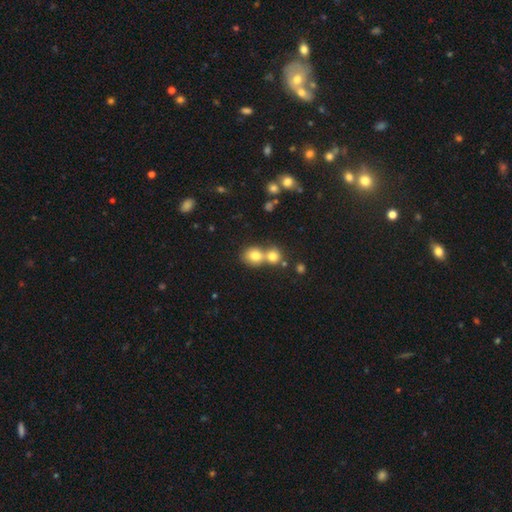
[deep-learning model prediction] This appears to be a smooth galaxy with no disk features (78%) that is round (75%). Merging: merger (55%).